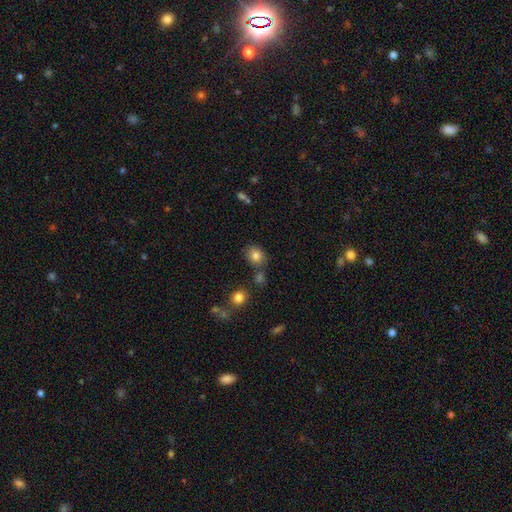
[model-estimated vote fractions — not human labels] Smooth or featured? smooth (82%)
How rounded? round (68%)
Merging? none (73%)